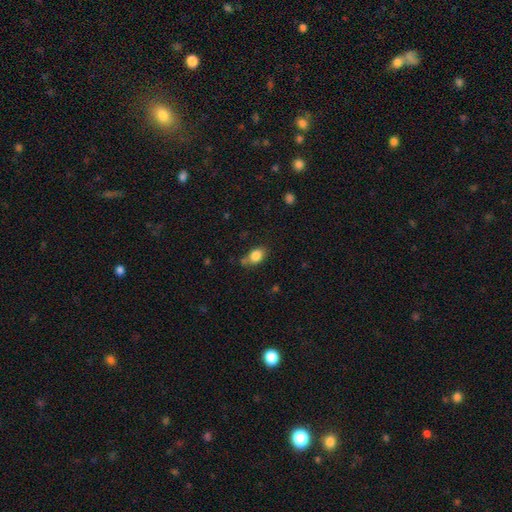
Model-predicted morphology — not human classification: Q: Smooth or featured?
A: smooth (84%); runner-up: star or artifact (9%)
Q: How rounded?
A: in between (78%); runner-up: round (20%)
Q: Merging?
A: none (61%); runner-up: minor disturbance (24%)